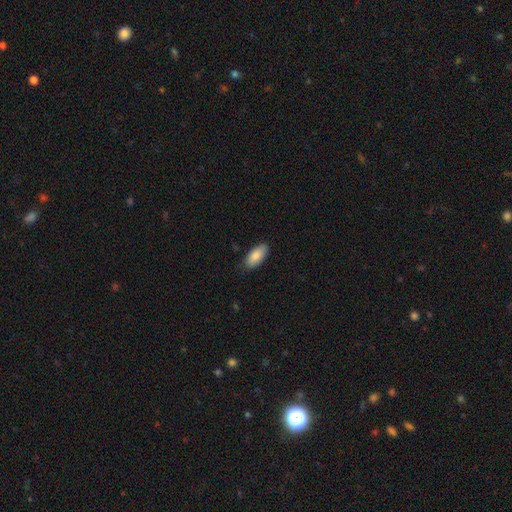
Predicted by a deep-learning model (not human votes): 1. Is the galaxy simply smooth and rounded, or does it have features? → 86% smooth, 8% featured or disk, 6% star or artifact.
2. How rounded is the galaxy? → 90% in between, 9% cigar-shaped, 2% round.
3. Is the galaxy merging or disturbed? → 80% none, 16% minor disturbance, 2% major disturbance, 1% merger.